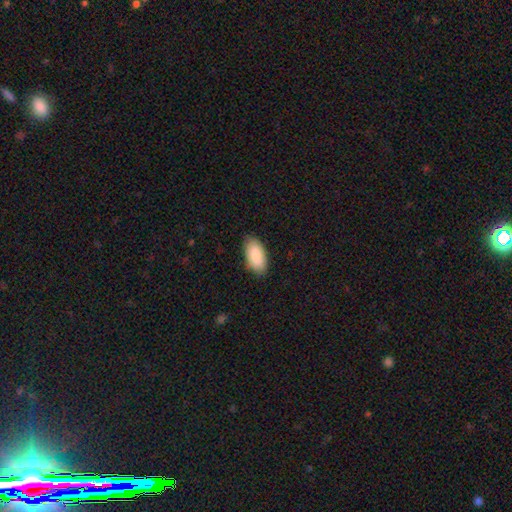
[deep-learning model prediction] Smooth or featured? smooth (88%)
How rounded? in between (93%)
Merging? none (85%)